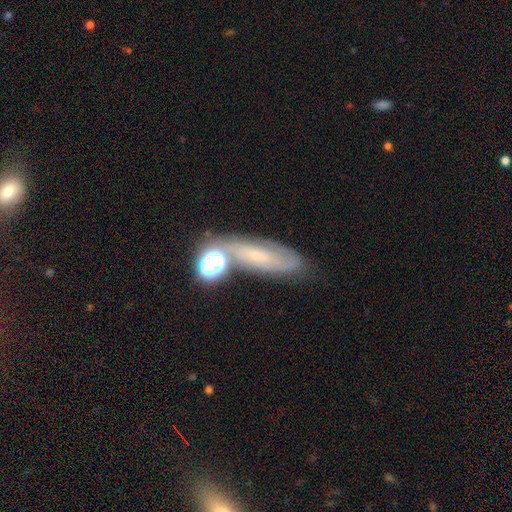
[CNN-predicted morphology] A featured or disk galaxy (49%).

Vote fractions:
- Smooth or featured? featured or disk: 49% / smooth: 32% / star or artifact: 19%
- Merging? none: 56% / minor disturbance: 19% / merger: 16% / major disturbance: 9%